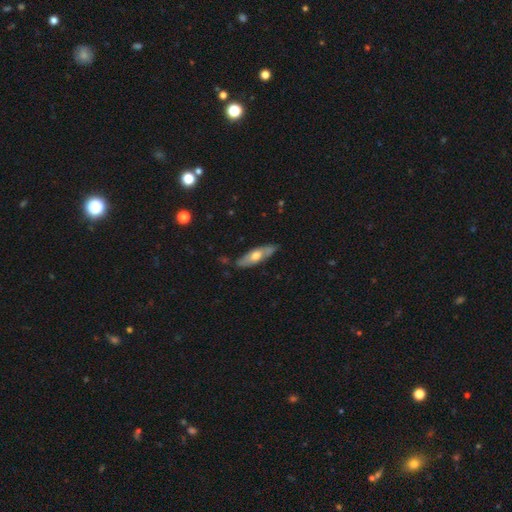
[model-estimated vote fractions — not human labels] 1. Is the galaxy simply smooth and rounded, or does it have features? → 48% featured or disk, 46% smooth, 5% star or artifact.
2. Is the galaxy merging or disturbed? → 81% none, 15% minor disturbance, 3% major disturbance, 2% merger.